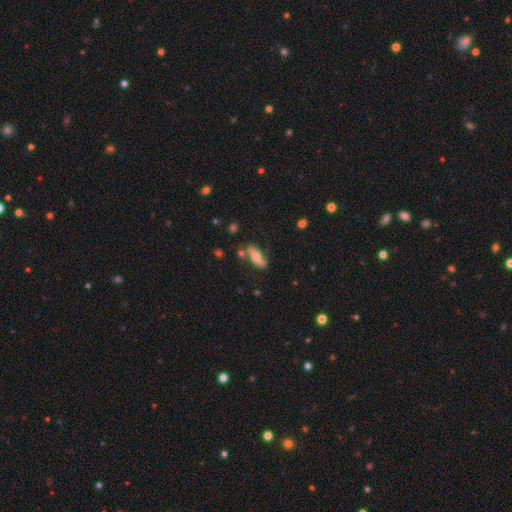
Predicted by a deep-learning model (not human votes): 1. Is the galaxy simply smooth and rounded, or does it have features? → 51% smooth, 42% featured or disk, 7% star or artifact.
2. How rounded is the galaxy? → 59% in between, 37% cigar-shaped, 3% round.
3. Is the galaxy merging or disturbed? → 70% none, 19% minor disturbance, 6% merger, 6% major disturbance.